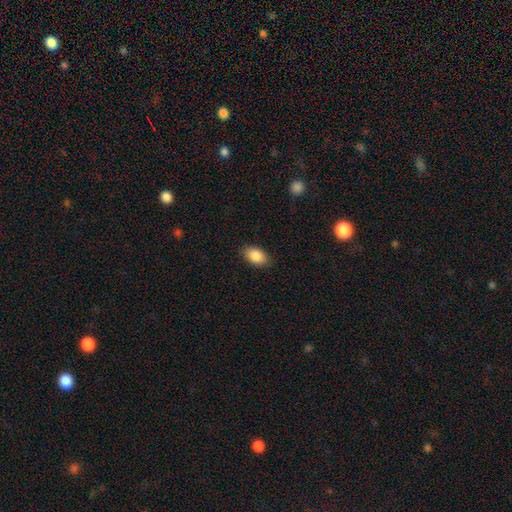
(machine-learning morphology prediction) A smooth galaxy with no disk features (88%) that is in between round and cigar-shaped (91%). Merging: none (86%).